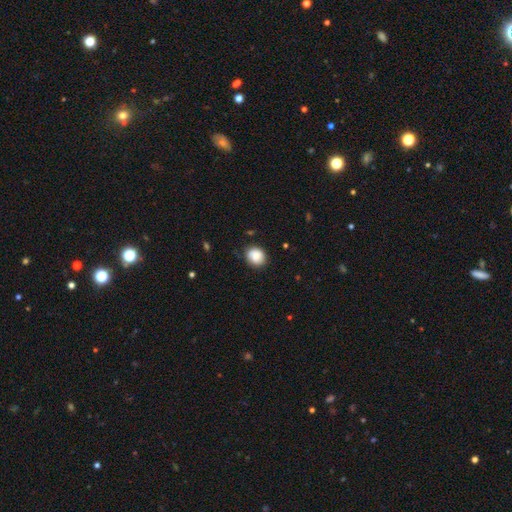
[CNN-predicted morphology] Q: Smooth or featured?
A: smooth (84%); runner-up: star or artifact (8%)
Q: How rounded?
A: round (68%); runner-up: in between (31%)
Q: Merging?
A: none (79%); runner-up: minor disturbance (16%)